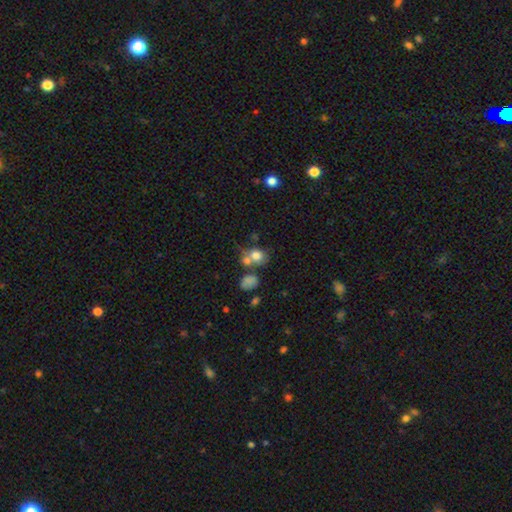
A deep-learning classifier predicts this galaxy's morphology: type=smooth (75%); roundness=round (59%); merging=merger (41%).